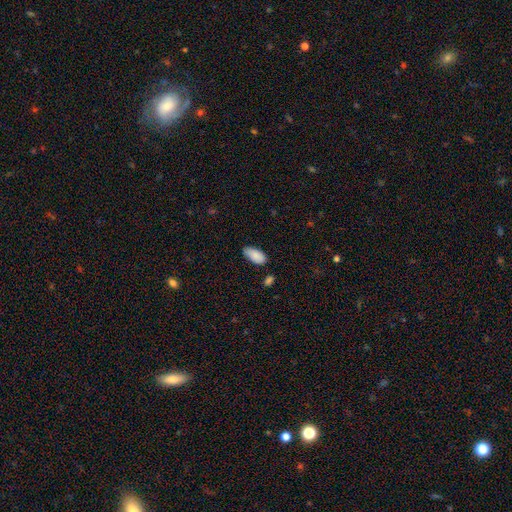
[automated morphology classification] Q: Smooth or featured?
A: smooth (88%); runner-up: star or artifact (7%)
Q: How rounded?
A: in between (93%); runner-up: cigar-shaped (5%)
Q: Merging?
A: none (71%); runner-up: minor disturbance (22%)